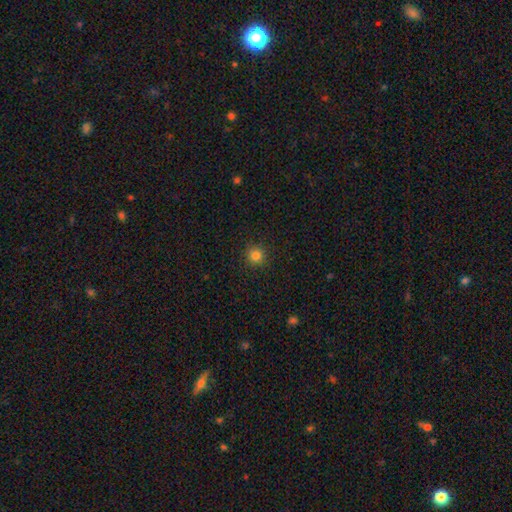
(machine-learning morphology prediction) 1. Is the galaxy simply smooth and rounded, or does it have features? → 82% smooth, 13% star or artifact, 5% featured or disk.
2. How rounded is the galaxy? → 94% round, 5% in between, 1% cigar-shaped.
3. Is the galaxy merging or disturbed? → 91% none, 6% minor disturbance, 2% major disturbance, 1% merger.